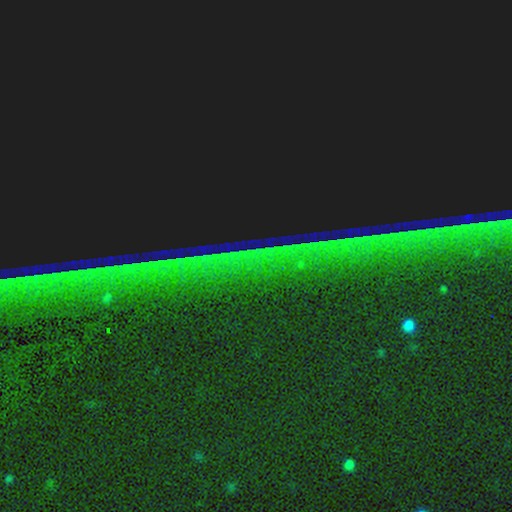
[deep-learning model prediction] This appears to be a star or artifact, not a galaxy (87%).